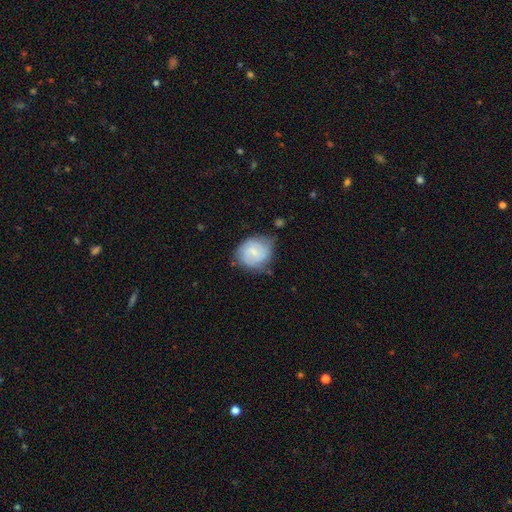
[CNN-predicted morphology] Smooth or featured? Predicted: smooth (p=0.52). How rounded? Predicted: round (p=0.72). Merging? Predicted: none (p=0.57).